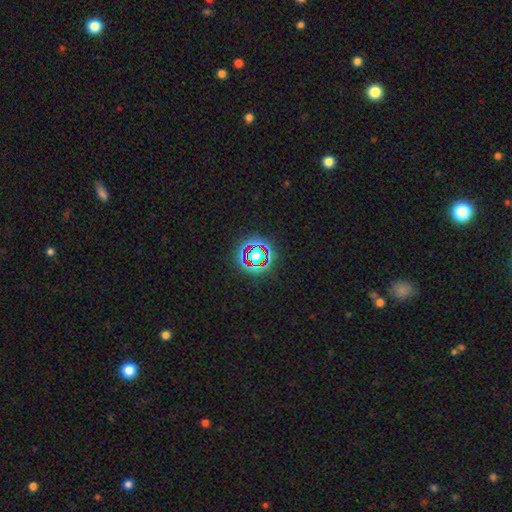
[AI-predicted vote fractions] A star or artifact, not a galaxy (66%).